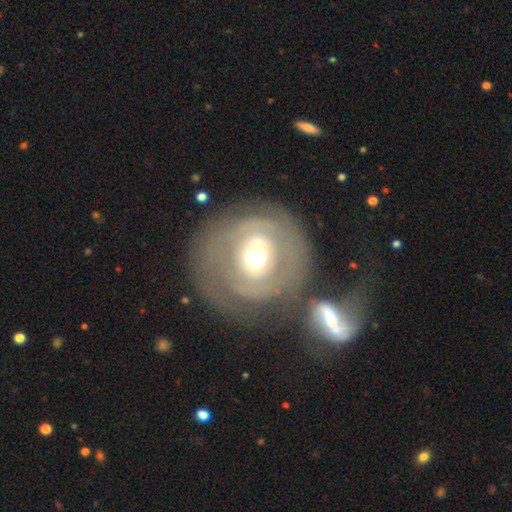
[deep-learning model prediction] smooth_or_featured: featured or disk (p=0.56) [alt: smooth p=0.34]
disk_edge_on: no (p=0.94) [alt: yes p=0.06]
bar: no (p=0.80) [alt: weak p=0.13]
has_spiral_arms: no (p=0.68) [alt: yes p=0.32]
bulge_size: moderate (p=0.56) [alt: large p=0.26]
merging: none (p=0.63) [alt: major disturbance p=0.18]